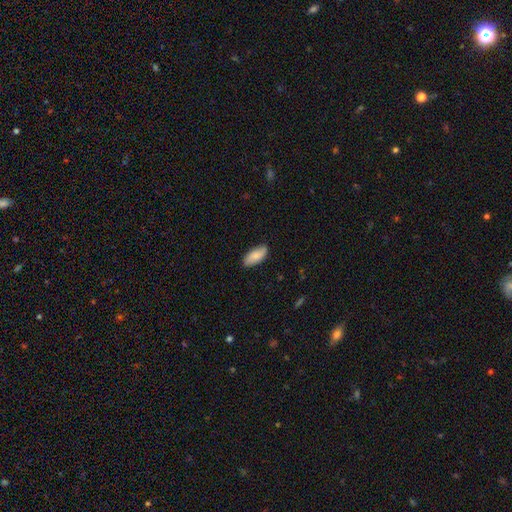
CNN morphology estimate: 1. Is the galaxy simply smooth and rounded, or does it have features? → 81% smooth, 13% featured or disk, 6% star or artifact.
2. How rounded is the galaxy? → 87% in between, 11% cigar-shaped, 2% round.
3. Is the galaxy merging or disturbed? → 84% none, 13% minor disturbance, 2% major disturbance, 1% merger.